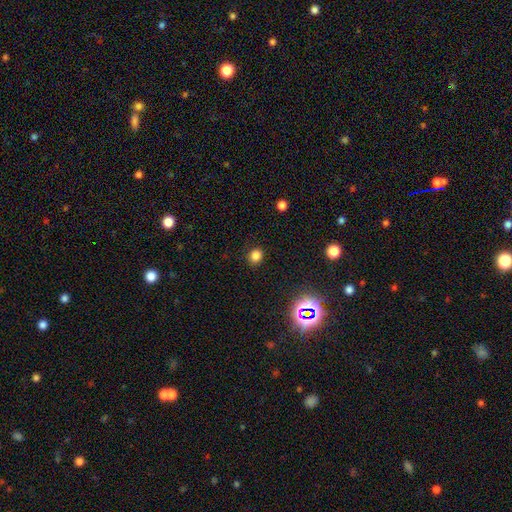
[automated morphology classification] Smooth or featured? smooth (80%)
How rounded? round (72%)
Merging? none (89%)